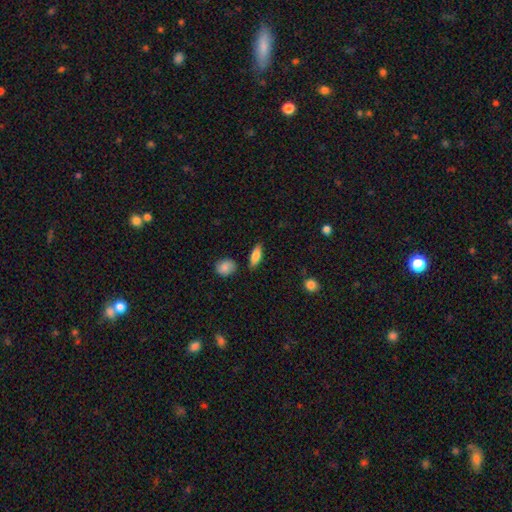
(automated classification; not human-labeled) This is clearly a smooth galaxy (81%). How rounded: likely in between (69%). Merging: clearly none (83%).